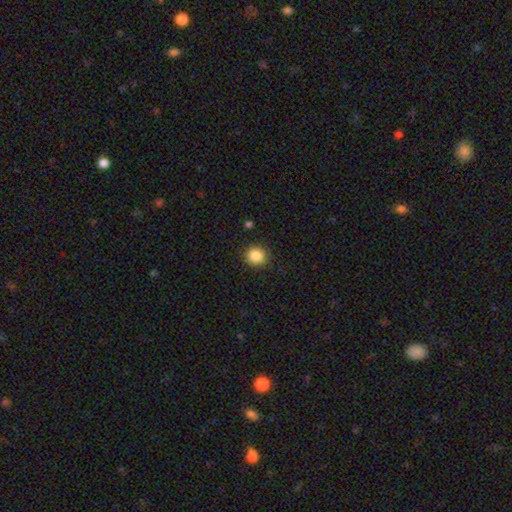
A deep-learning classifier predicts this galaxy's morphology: Overall: smooth (86%). How rounded: round (90%). Merging: none (90%).